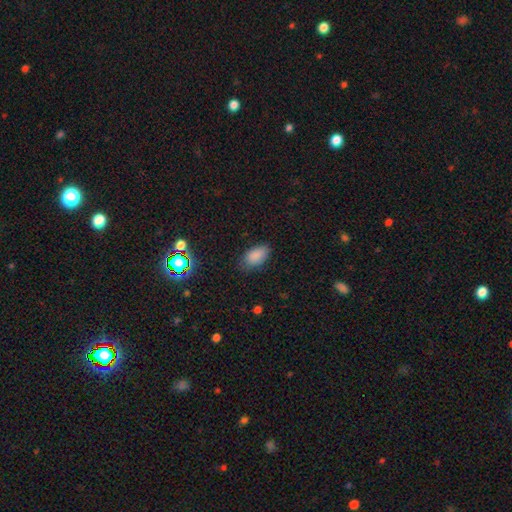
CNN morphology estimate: Smooth or featured? smooth (85%)
How rounded? in between (92%)
Merging? none (78%)